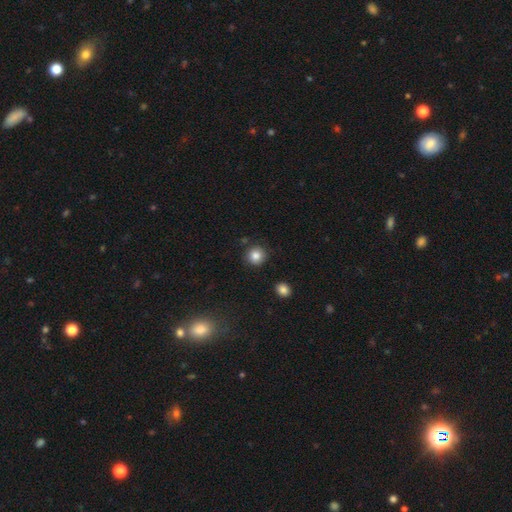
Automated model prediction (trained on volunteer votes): Smooth or featured? Predicted: smooth (p=0.85). How rounded? Predicted: round (p=0.91). Merging? Predicted: none (p=0.87).